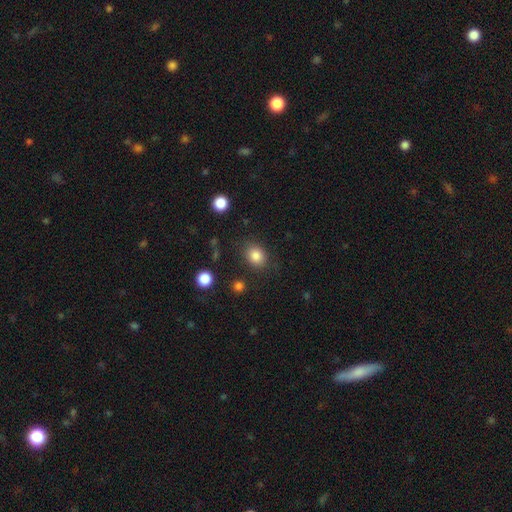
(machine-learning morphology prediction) Q: Smooth or featured?
A: smooth (84%); runner-up: star or artifact (10%)
Q: How rounded?
A: round (53%); runner-up: in between (46%)
Q: Merging?
A: none (82%); runner-up: minor disturbance (12%)